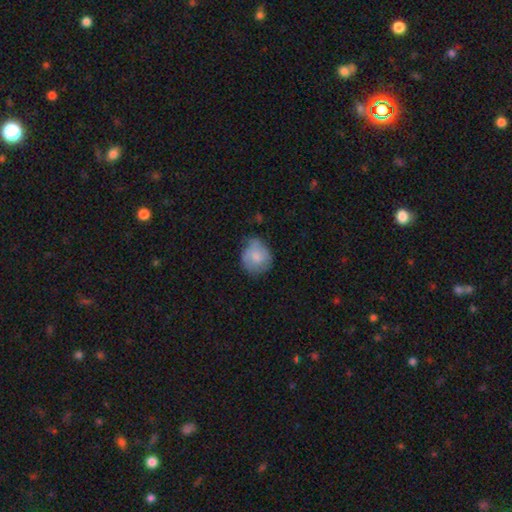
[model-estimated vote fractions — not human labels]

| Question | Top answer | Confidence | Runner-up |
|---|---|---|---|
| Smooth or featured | smooth | 71% | featured or disk (22%) |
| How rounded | round | 78% | in between (22%) |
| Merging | none | 51% | minor disturbance (35%) |